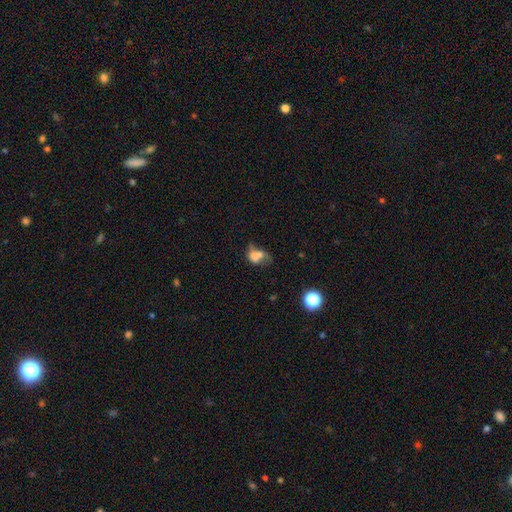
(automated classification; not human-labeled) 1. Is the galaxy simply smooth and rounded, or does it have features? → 60% smooth, 26% featured or disk, 14% star or artifact.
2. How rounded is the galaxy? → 60% in between, 38% round, 2% cigar-shaped.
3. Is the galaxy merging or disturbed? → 54% merger, 17% major disturbance, 17% none, 11% minor disturbance.